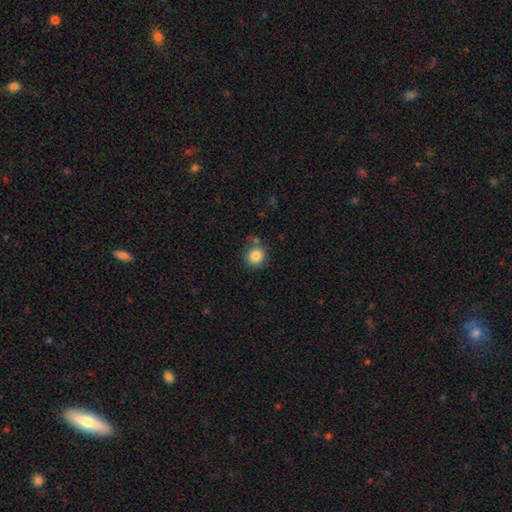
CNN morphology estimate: This appears to be a smooth galaxy with no disk features (84%) that is round (88%). Merging: none (77%).